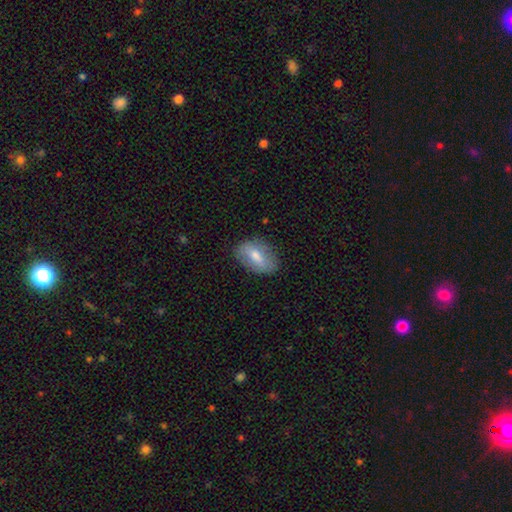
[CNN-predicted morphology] Smooth or featured? smooth (64%)
How rounded? in between (88%)
Merging? none (78%)